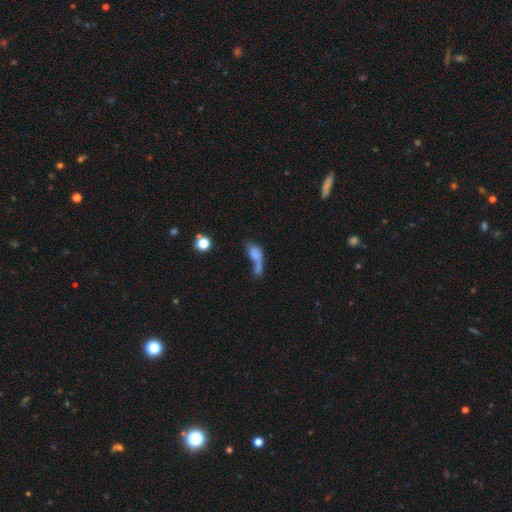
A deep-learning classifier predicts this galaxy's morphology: Smooth or featured? smooth (59%)
How rounded? in between (65%)
Merging? merger (38%)